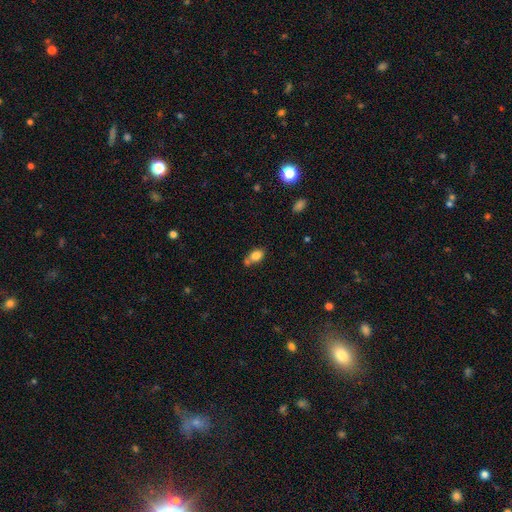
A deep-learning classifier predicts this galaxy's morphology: Smooth or featured? Predicted: smooth (p=0.81). How rounded? Predicted: in between (p=0.82). Merging? Predicted: none (p=0.49).